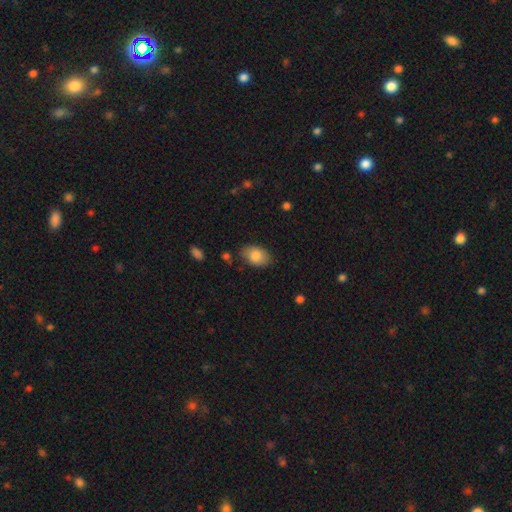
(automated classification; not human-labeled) This is clearly a smooth galaxy (83%). How rounded: clearly in between (87%). Merging: clearly none (81%).